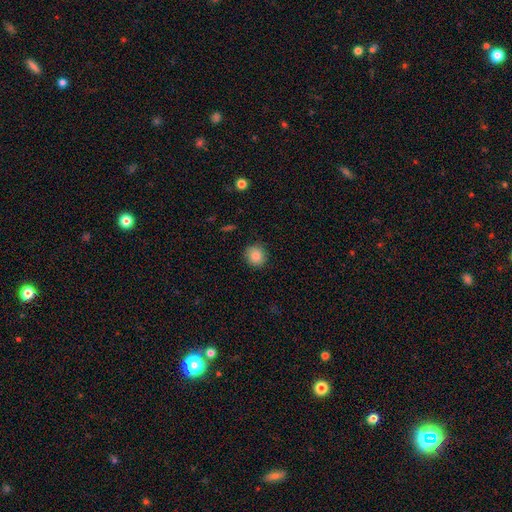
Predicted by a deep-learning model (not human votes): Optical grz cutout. It shows a smooth galaxy with no disk features (88%) that is round (84%). Merging: none (87%).